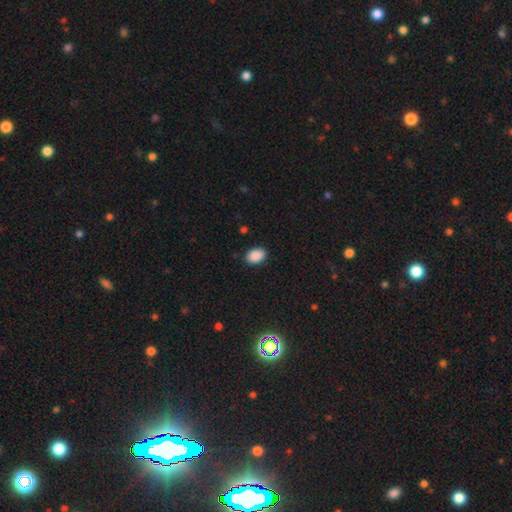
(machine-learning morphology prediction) Smooth or featured: smooth — 90% (star or artifact — 8%)
How rounded: in between — 85% (round — 14%)
Merging: none — 89% (minor disturbance — 8%)